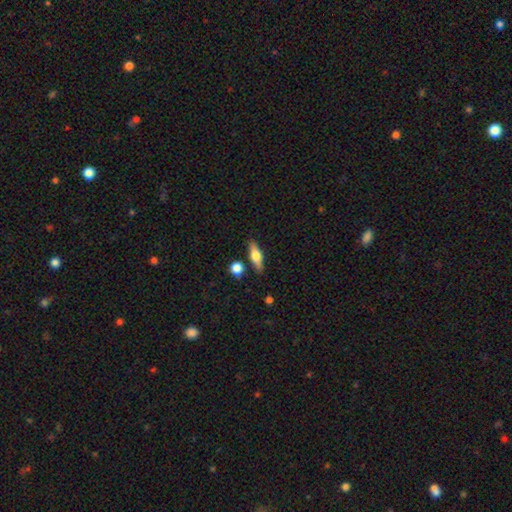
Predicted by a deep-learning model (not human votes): Smooth or featured?
  - smooth: 54% *
  - featured or disk: 39%
  - star or artifact: 7%
How rounded?
  - cigar-shaped: 50% *
  - in between: 45%
  - round: 5%
Merging?
  - none: 82% *
  - minor disturbance: 10%
  - merger: 6%
  - major disturbance: 3%